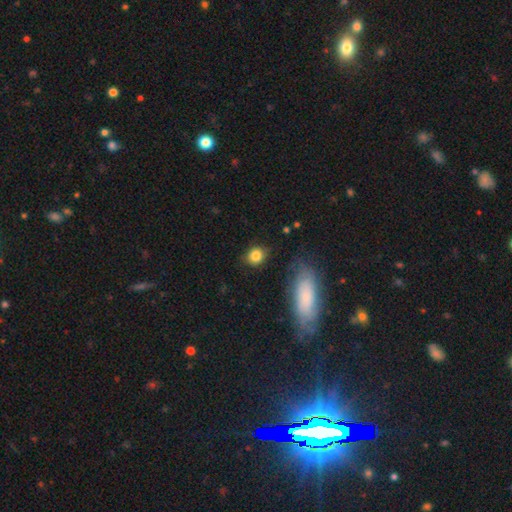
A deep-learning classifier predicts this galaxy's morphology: This appears to be a smooth galaxy with no disk features (83%) that is round (66%). Merging: none (79%).